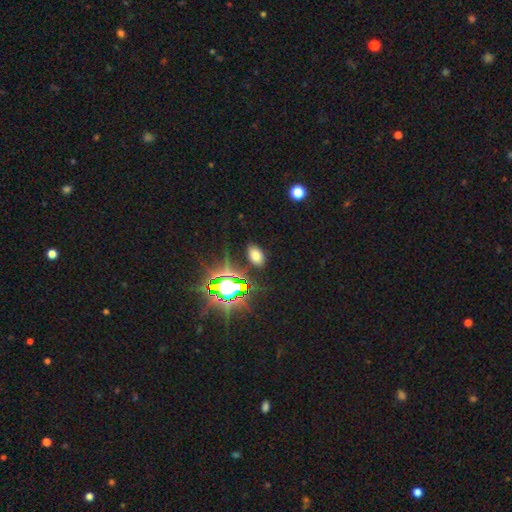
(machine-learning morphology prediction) smooth_or_featured: smooth (p=0.61) [alt: star or artifact p=0.30]
how_rounded: in between (p=0.91) [alt: round p=0.07]
merging: none (p=0.86) [alt: minor disturbance p=0.09]